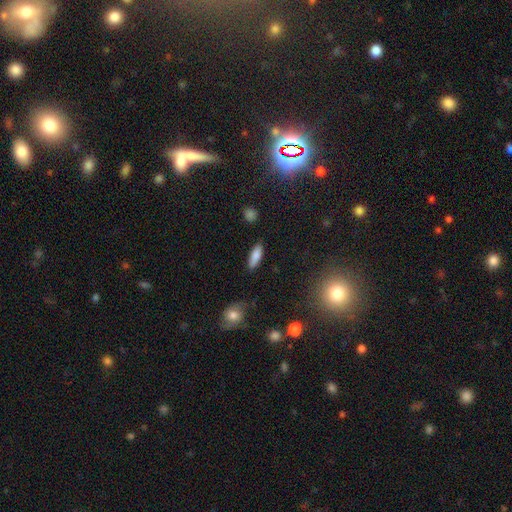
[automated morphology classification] This appears to be a smooth galaxy with no disk features (84%) that is in between round and cigar-shaped (56%). Merging: none (85%).